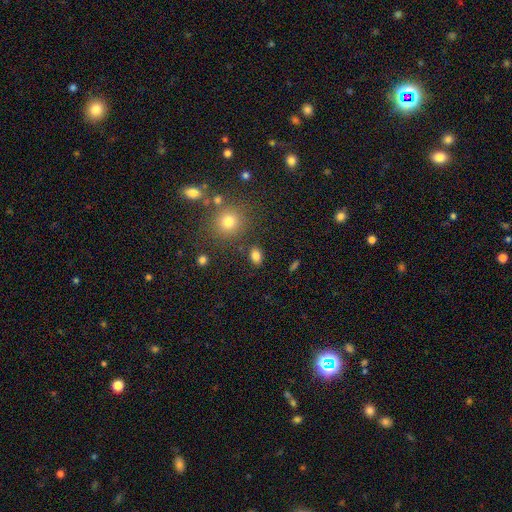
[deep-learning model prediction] Smooth or featured?
  - smooth: 81% *
  - star or artifact: 13%
  - featured or disk: 6%
How rounded?
  - in between: 73% *
  - round: 25%
  - cigar-shaped: 2%
Merging?
  - none: 83% *
  - minor disturbance: 10%
  - merger: 4%
  - major disturbance: 3%